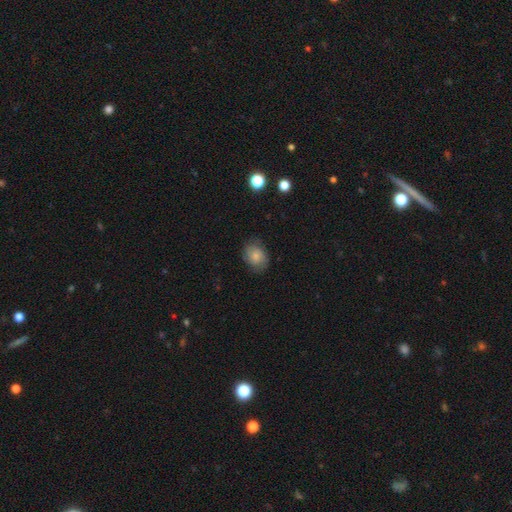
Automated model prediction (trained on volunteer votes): Smooth or featured: smooth — 67% (featured or disk — 24%)
How rounded: in between — 53% (round — 46%)
Merging: none — 72% (minor disturbance — 20%)